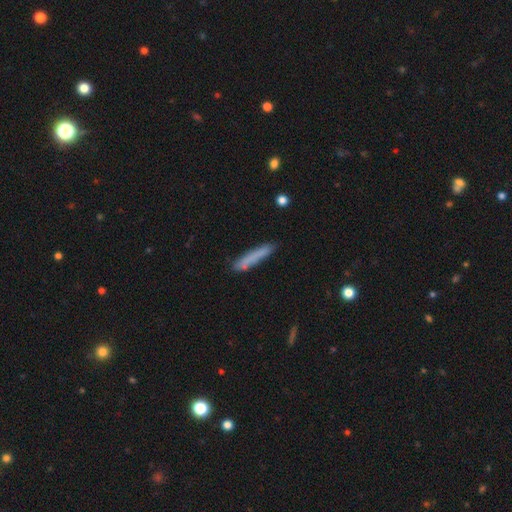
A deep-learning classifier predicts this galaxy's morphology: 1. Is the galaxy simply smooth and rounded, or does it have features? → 77% smooth, 16% featured or disk, 7% star or artifact.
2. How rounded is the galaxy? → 92% cigar-shaped, 7% in between, 1% round.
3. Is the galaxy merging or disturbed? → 77% none, 17% minor disturbance, 3% major disturbance, 3% merger.